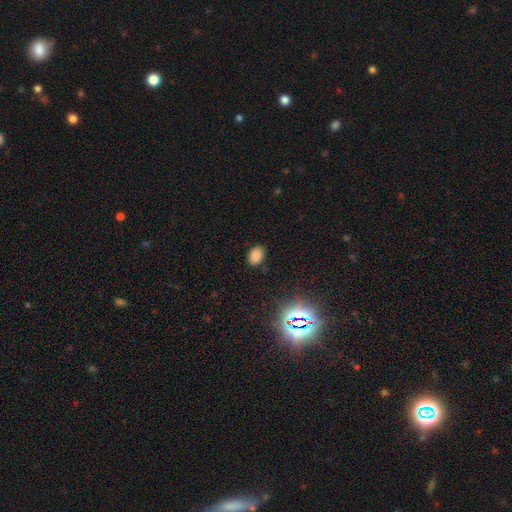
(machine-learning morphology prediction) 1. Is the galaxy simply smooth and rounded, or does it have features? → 80% smooth, 16% star or artifact, 5% featured or disk.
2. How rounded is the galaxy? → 83% in between, 15% round, 1% cigar-shaped.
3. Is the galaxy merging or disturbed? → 83% none, 12% minor disturbance, 3% major disturbance, 1% merger.